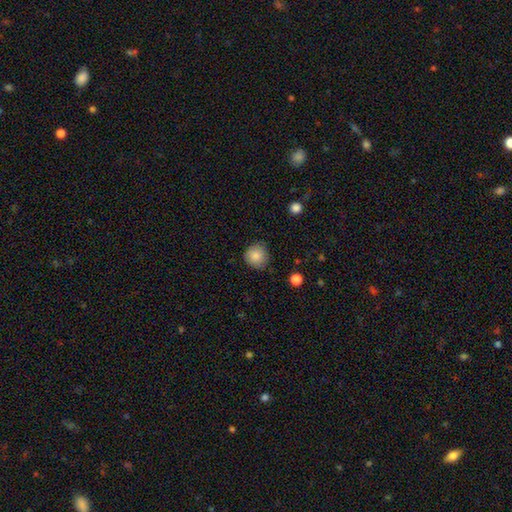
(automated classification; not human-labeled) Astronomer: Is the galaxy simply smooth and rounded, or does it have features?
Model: smooth — 86%.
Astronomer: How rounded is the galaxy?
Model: round — 91%.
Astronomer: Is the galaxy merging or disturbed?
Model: none — 80%.